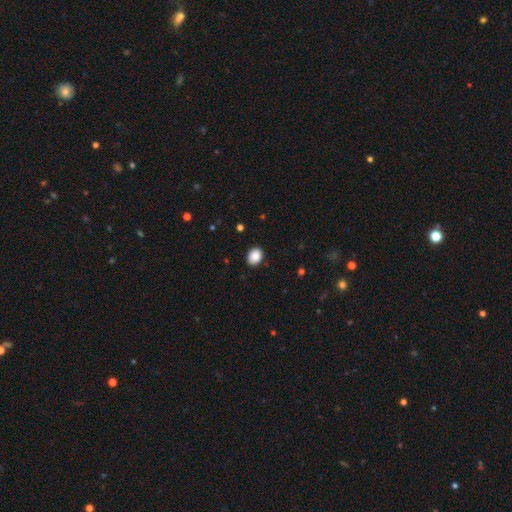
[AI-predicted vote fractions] smooth_or_featured: smooth (p=0.89) [alt: star or artifact p=0.08]
how_rounded: in between (p=0.56) [alt: round p=0.43]
merging: none (p=0.89) [alt: minor disturbance p=0.08]